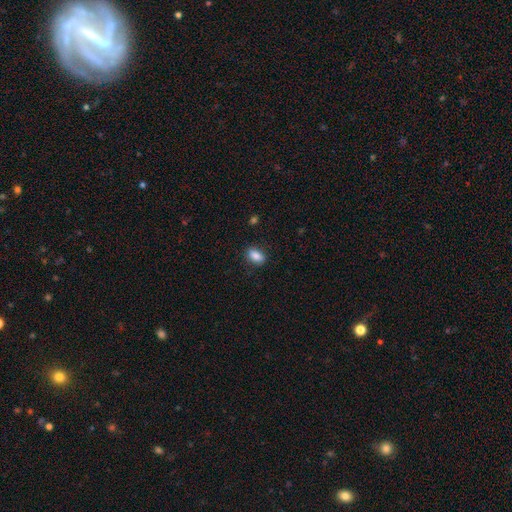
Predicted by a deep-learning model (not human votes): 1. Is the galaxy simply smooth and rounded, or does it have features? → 87% smooth, 8% star or artifact, 5% featured or disk.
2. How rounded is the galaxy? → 87% in between, 9% round, 4% cigar-shaped.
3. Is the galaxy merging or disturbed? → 84% none, 12% minor disturbance, 3% major disturbance, 1% merger.